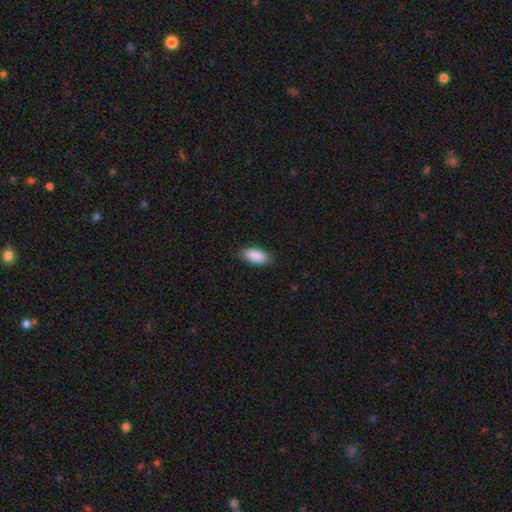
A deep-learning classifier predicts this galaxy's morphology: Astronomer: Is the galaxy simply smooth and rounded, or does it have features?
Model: smooth — 90%.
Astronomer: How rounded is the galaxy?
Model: in between — 86%.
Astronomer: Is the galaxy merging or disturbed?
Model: none — 86%.